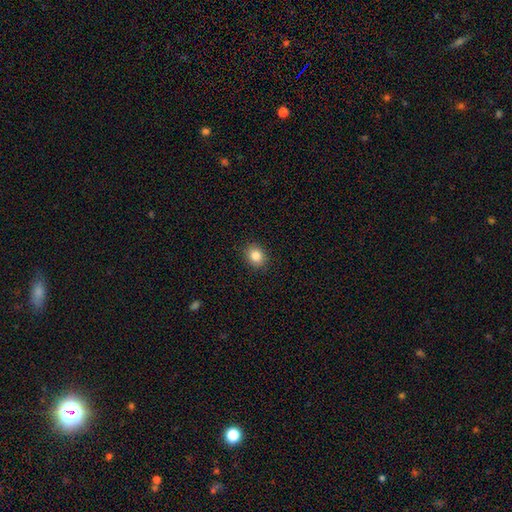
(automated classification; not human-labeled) smooth 85%, star or artifact 10%, featured or disk 6%. Down the decision tree: how rounded — round (56%); merging — none (90%).